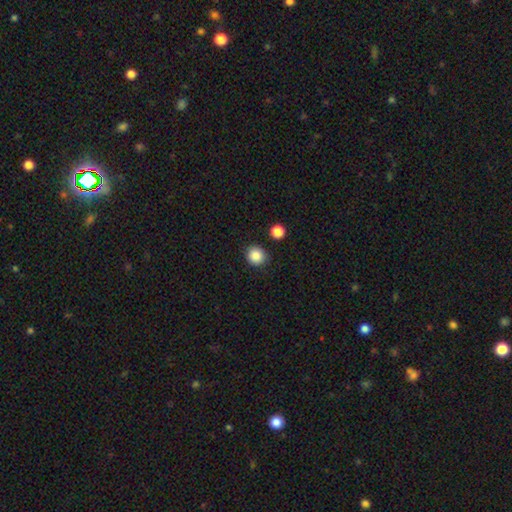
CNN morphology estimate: A smooth galaxy with no disk features (87%) that is round (89%).

Vote fractions:
- Smooth or featured? smooth: 87% / star or artifact: 10% / featured or disk: 4%
- How rounded? round: 89% / in between: 10% / cigar-shaped: 1%
- Merging? none: 88% / minor disturbance: 7% / merger: 3% / major disturbance: 2%